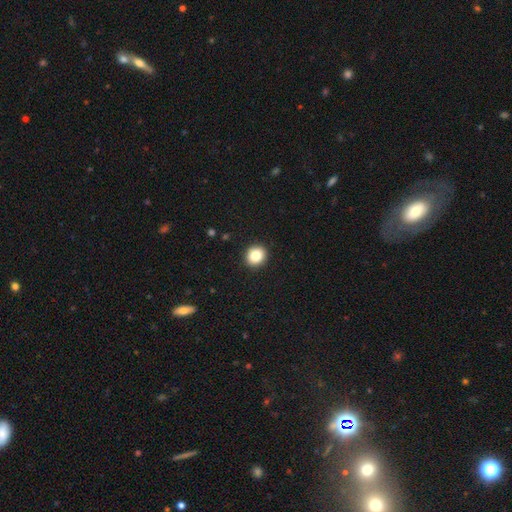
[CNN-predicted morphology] A smooth galaxy with no disk features (84%) that is round (80%).

Vote fractions:
- Smooth or featured? smooth: 84% / star or artifact: 10% / featured or disk: 7%
- How rounded? round: 80% / in between: 19% / cigar-shaped: 1%
- Merging? none: 92% / minor disturbance: 5% / major disturbance: 2% / merger: 1%